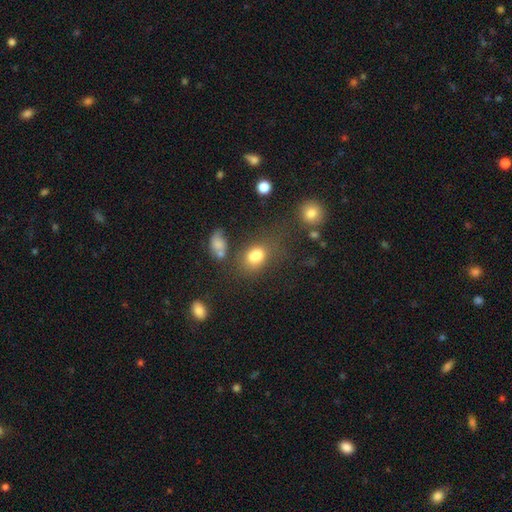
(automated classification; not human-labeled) Overall: smooth (76%). How rounded: in between (67%; round 31%). Merging: none (48%; minor disturbance 20%).